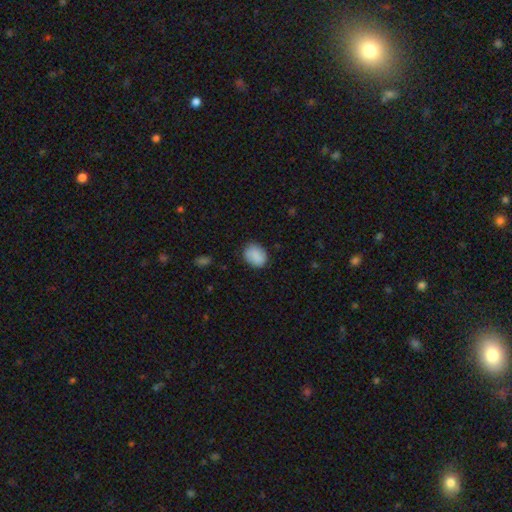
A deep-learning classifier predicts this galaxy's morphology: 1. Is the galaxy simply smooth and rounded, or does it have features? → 85% smooth, 8% featured or disk, 7% star or artifact.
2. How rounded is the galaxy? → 51% round, 48% in between, 1% cigar-shaped.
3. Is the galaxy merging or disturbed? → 81% none, 15% minor disturbance, 3% major disturbance, 1% merger.